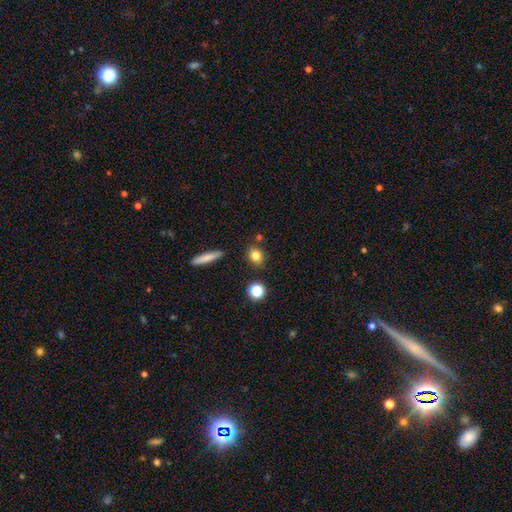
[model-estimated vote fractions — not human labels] A smooth galaxy with no disk features (81%) that is round (64%). Merging: none (83%).